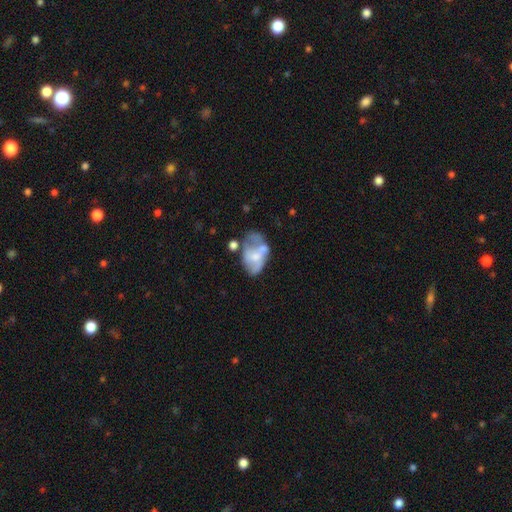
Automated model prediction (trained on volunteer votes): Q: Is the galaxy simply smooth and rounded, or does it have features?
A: featured or disk — 52%.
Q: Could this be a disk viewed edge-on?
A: no — 97%.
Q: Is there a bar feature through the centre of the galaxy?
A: no — 77%.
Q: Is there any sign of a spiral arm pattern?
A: no — 78%.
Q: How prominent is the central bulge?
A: moderate — 39%.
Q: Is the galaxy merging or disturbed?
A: major disturbance — 29%.